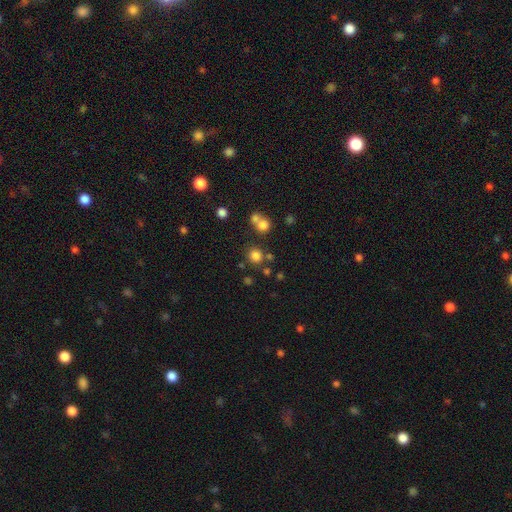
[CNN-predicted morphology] smooth_or_featured: smooth (p=0.77) [alt: star or artifact p=0.17]
how_rounded: round (p=0.90) [alt: in between p=0.09]
merging: none (p=0.73) [alt: merger p=0.16]